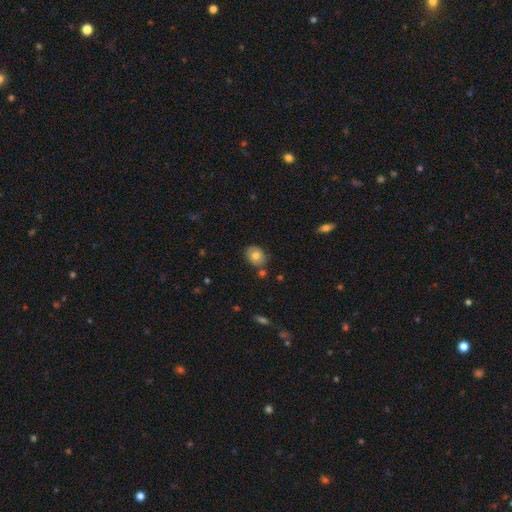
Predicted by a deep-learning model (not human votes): This appears to be a smooth galaxy with no disk features (74%) that is in between round and cigar-shaped (50%). Merging: none (77%).